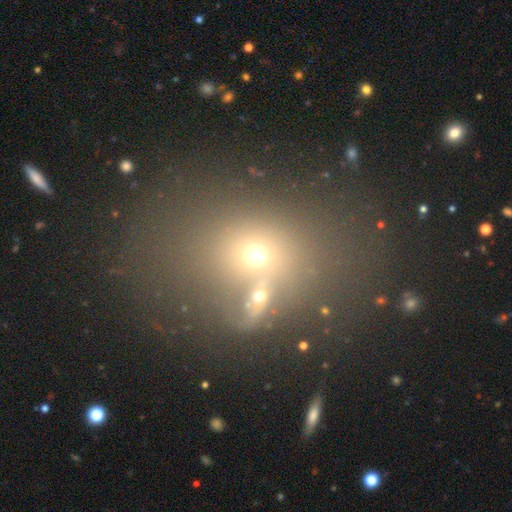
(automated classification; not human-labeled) This is possibly a smooth galaxy (54%). How rounded: possibly in between (51%). Merging: possibly none (53%).